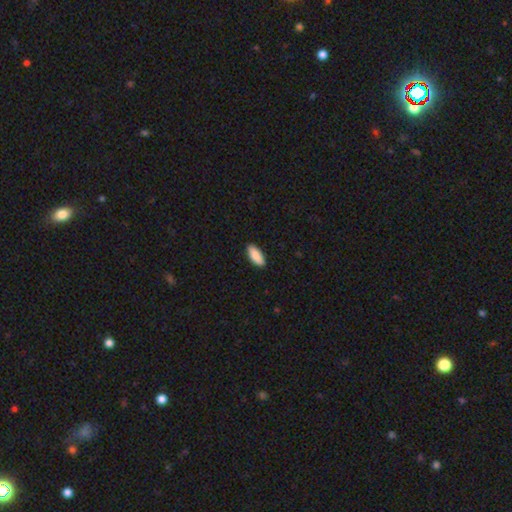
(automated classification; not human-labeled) Smooth or featured? Predicted: smooth (p=0.88). How rounded? Predicted: in between (p=0.79). Merging? Predicted: none (p=0.90).